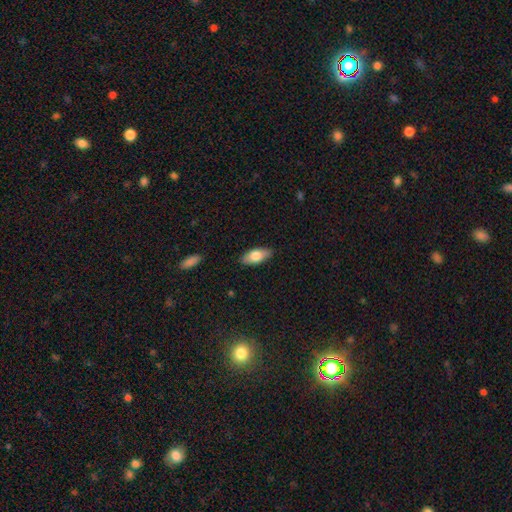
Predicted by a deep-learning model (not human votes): Smooth or featured: smooth — 75% (featured or disk — 19%)
How rounded: in between — 85% (cigar-shaped — 13%)
Merging: none — 87% (minor disturbance — 10%)